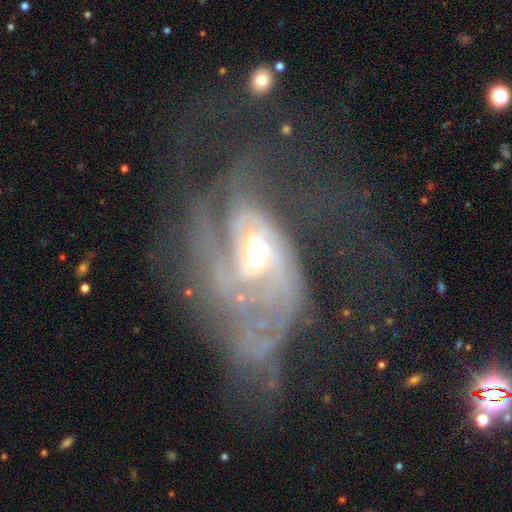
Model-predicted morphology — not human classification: This is clearly a featured or disk galaxy (85%). It is clearly not viewed edge-on (96%). Bar: possibly no (56%). Spiral arm pattern: clearly yes (87%). Spiral arm count: marginally 2 (35%). Spiral winding: marginally medium (41%). Central bulge: likely moderate (65%). Merging: possibly major disturbance (56%).